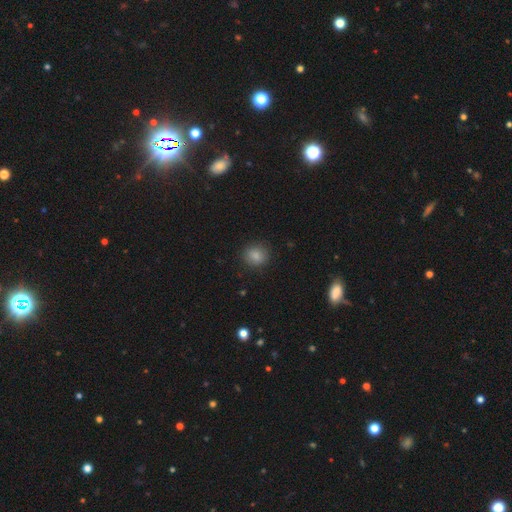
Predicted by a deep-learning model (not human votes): Smooth or featured: smooth — 85% (star or artifact — 10%)
How rounded: round — 80% (in between — 19%)
Merging: none — 87% (minor disturbance — 9%)